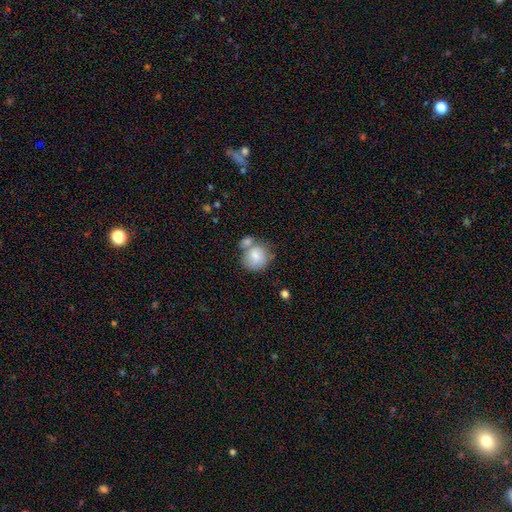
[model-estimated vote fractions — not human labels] A smooth galaxy with no disk features (78%) that is round (82%).

Vote fractions:
- Smooth or featured? smooth: 78% / featured or disk: 15% / star or artifact: 7%
- How rounded? round: 82% / in between: 17% / cigar-shaped: 1%
- Merging? none: 40% (tied) / merger: 40% (tied) / minor disturbance: 15% / major disturbance: 6%